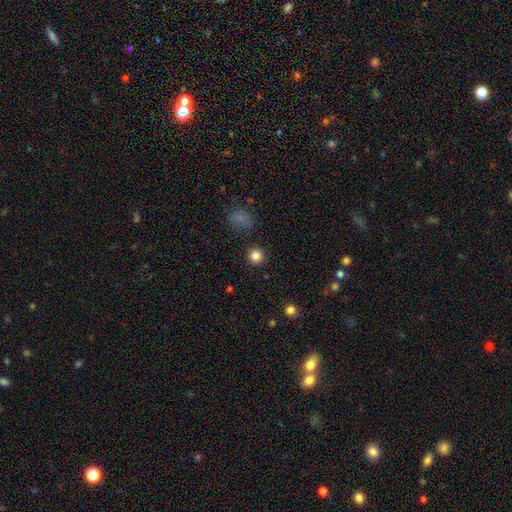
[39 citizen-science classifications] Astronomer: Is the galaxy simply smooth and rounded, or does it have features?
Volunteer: smooth — 90%.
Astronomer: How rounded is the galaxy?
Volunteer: round — 100%.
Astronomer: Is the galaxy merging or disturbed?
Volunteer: none — 94%.